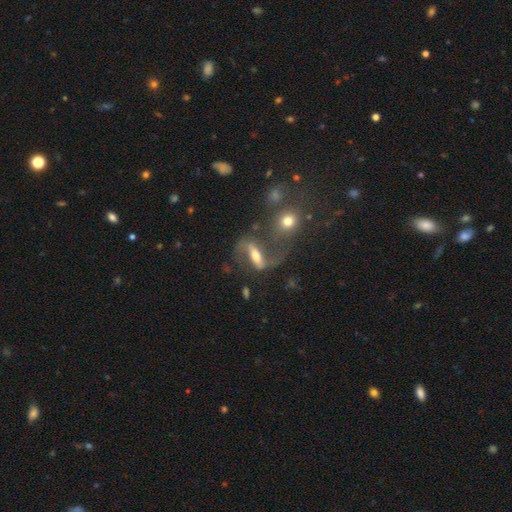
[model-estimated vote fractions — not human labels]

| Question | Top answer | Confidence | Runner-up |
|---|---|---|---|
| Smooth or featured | featured or disk | 64% | smooth (26%) |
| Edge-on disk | no | 75% | yes (25%) |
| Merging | none | 41% | major disturbance (22%) |